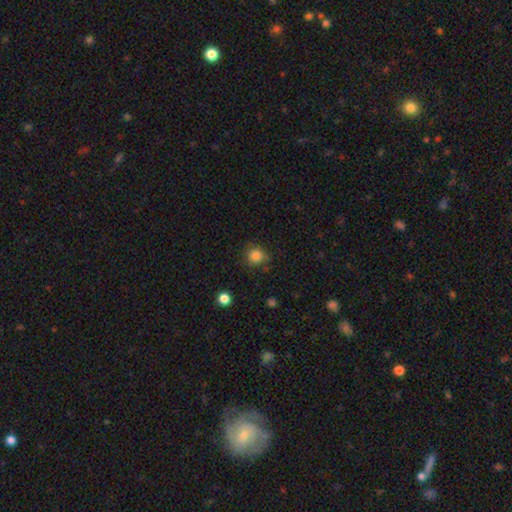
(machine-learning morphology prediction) smooth-or-featured: smooth: 84% | star or artifact: 11% | featured or disk: 4%
  how-rounded: round: 91% | in between: 8% | cigar-shaped: 1%
  merging: none: 80% | minor disturbance: 14% | major disturbance: 3% | merger: 2%